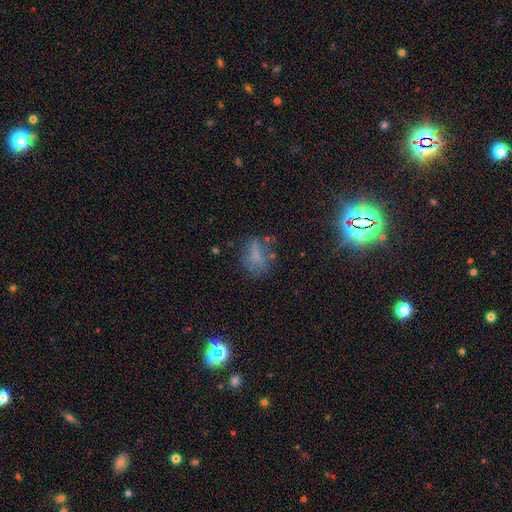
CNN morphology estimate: Q: Smooth or featured?
A: smooth (56%); runner-up: star or artifact (23%)
Q: How rounded?
A: in between (71%); runner-up: round (22%)
Q: Merging?
A: none (52%); runner-up: minor disturbance (24%)